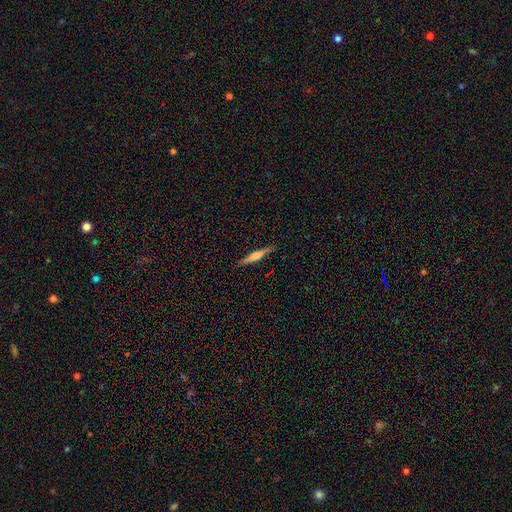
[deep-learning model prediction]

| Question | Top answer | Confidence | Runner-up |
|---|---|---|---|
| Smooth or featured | featured or disk | 58% | smooth (36%) |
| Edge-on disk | yes | 97% | no (3%) |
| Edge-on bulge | rounded | 70% | boxy (17%) |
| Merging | none | 89% | minor disturbance (8%) |